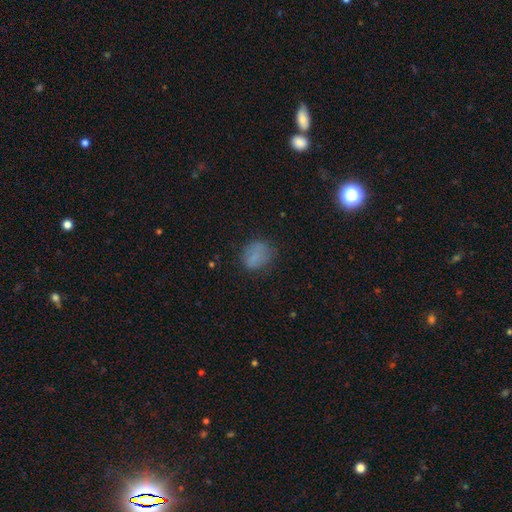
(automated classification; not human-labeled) Smooth or featured? Predicted: smooth (p=0.74). How rounded? Predicted: round (p=0.54). Merging? Predicted: none (p=0.70).